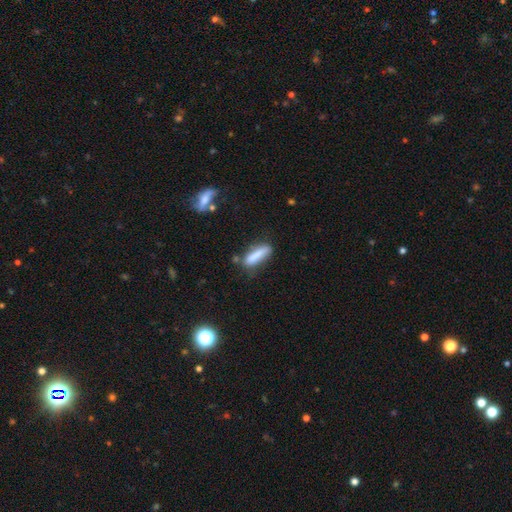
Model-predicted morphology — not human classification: A smooth galaxy with no disk features (79%) that is cigar-shaped (70%).

Vote fractions:
- Smooth or featured? smooth: 79% / featured or disk: 14% / star or artifact: 7%
- How rounded? cigar-shaped: 70% / in between: 28% / round: 2%
- Merging? none: 62% / minor disturbance: 24% / major disturbance: 8% / merger: 6%